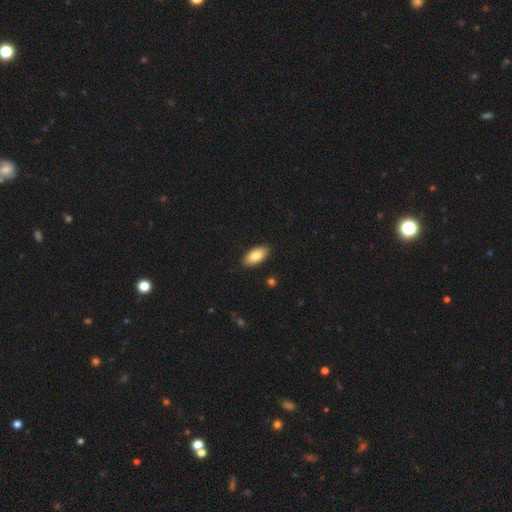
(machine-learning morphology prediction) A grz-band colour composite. It shows a smooth galaxy with no disk features (82%) that is in between round and cigar-shaped (92%). Merging: none (90%).